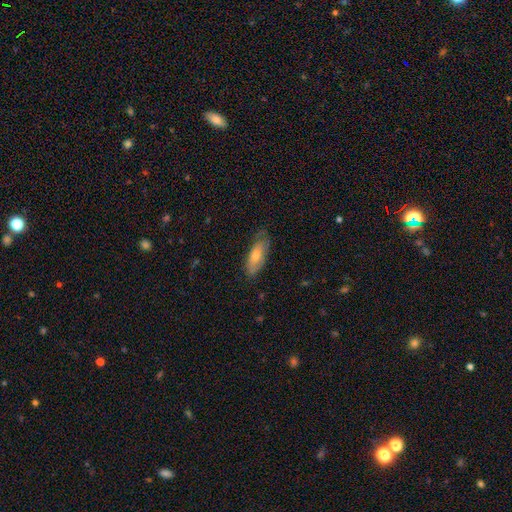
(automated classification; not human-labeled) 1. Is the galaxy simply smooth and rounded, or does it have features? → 61% smooth, 32% featured or disk, 7% star or artifact.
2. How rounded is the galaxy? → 65% in between, 33% cigar-shaped, 2% round.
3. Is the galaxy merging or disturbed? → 73% none, 21% minor disturbance, 5% major disturbance, 1% merger.